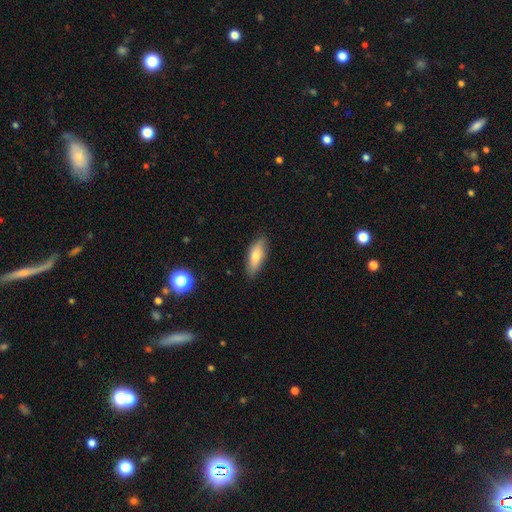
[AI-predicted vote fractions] This appears to be a smooth galaxy with no disk features (70%) that is in between round and cigar-shaped (58%). Merging: none (85%).